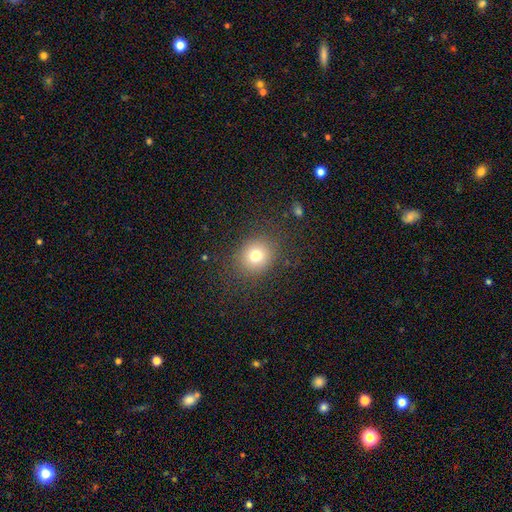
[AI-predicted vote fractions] Q: Smooth or featured?
A: smooth (75%); runner-up: star or artifact (15%)
Q: How rounded?
A: round (80%); runner-up: in between (19%)
Q: Merging?
A: none (86%); runner-up: minor disturbance (8%)